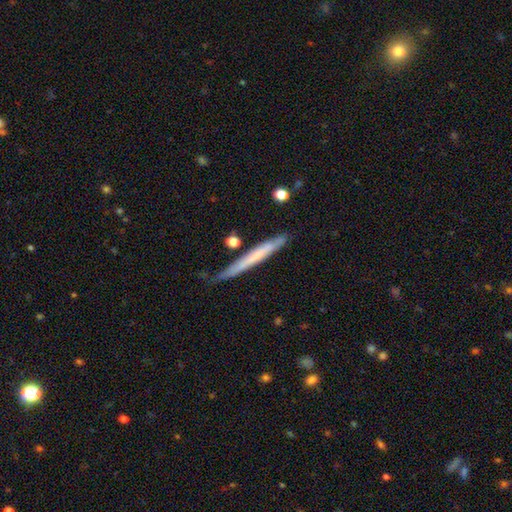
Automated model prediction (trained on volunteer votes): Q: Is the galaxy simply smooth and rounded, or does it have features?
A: smooth — 52%.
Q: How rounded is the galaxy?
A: cigar-shaped — 96%.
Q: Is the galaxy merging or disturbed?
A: none — 72%.